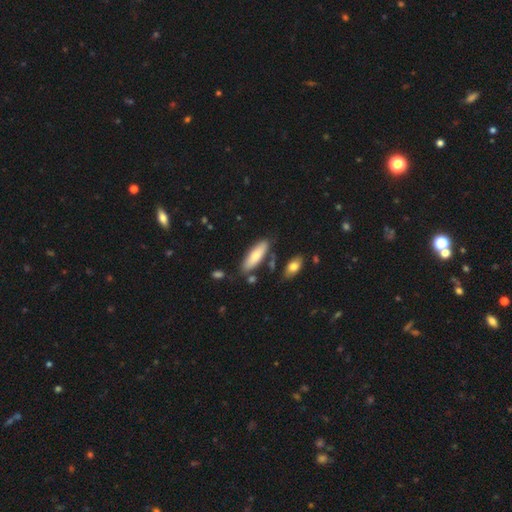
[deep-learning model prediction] Smooth or featured?
  - smooth: 72% *
  - featured or disk: 22%
  - star or artifact: 6%
How rounded?
  - in between: 54% *
  - cigar-shaped: 44%
  - round: 2%
Merging?
  - none: 75% *
  - minor disturbance: 15%
  - merger: 7%
  - major disturbance: 3%